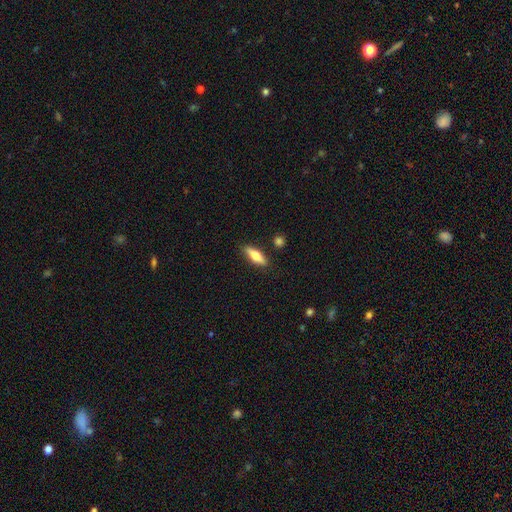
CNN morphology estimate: This appears to be a smooth galaxy with no disk features (61%) that is cigar-shaped (50%). Merging: none (85%).